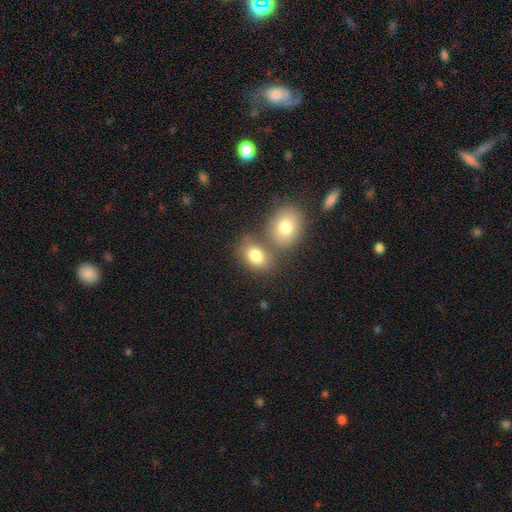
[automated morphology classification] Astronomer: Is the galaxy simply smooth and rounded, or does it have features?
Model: smooth — 80%.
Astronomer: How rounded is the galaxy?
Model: in between — 70%.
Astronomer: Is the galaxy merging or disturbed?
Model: none — 48% (runner-up: merger, 38%).